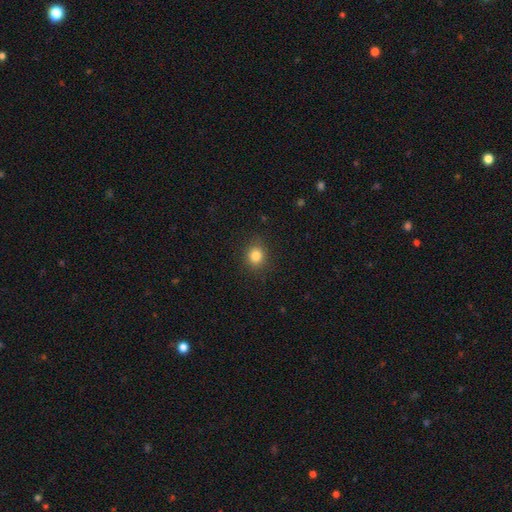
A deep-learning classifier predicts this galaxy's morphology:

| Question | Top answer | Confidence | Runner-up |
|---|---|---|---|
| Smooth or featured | smooth | 83% | star or artifact (12%) |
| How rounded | round | 80% | in between (20%) |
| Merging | none | 89% | minor disturbance (8%) |